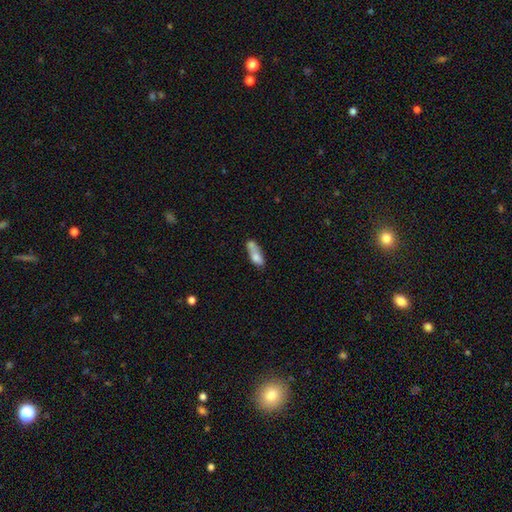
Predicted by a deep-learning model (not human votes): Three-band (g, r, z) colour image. It shows a smooth galaxy with no disk features (70%) that is in between round and cigar-shaped (63%). Merging: merger (34%).